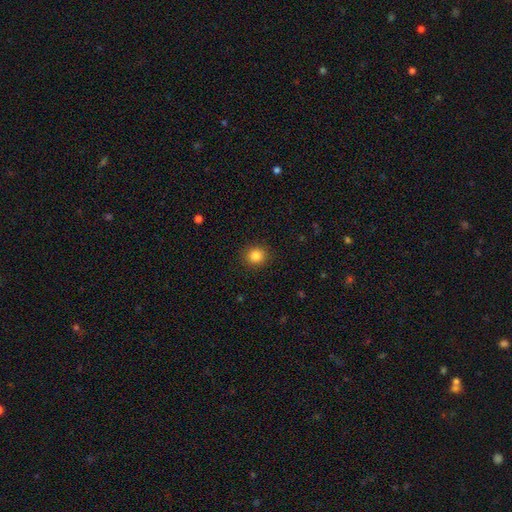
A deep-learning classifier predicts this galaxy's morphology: Smooth or featured? smooth (85%)
How rounded? round (86%)
Merging? none (91%)